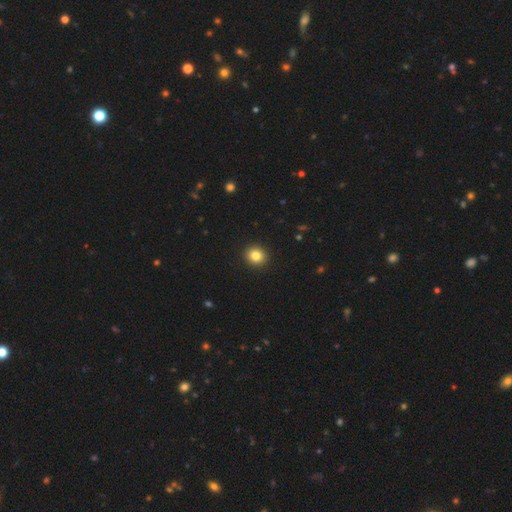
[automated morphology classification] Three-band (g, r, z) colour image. It shows a smooth galaxy with no disk features (83%) that is round (83%). Merging: none (93%).